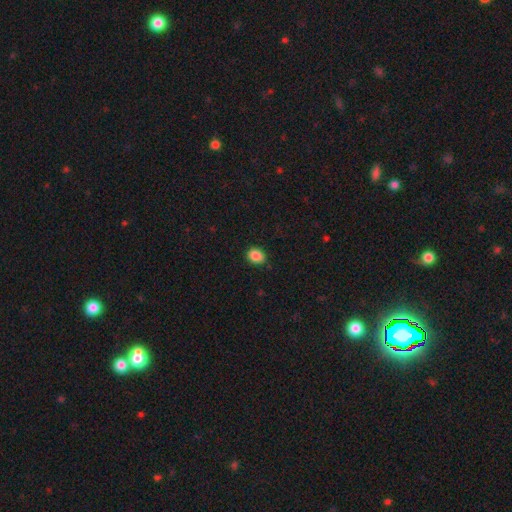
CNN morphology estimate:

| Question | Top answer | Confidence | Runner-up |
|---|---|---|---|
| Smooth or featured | smooth | 87% | star or artifact (9%) |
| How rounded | in between | 53% | round (46%) |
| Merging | none | 87% | minor disturbance (10%) |